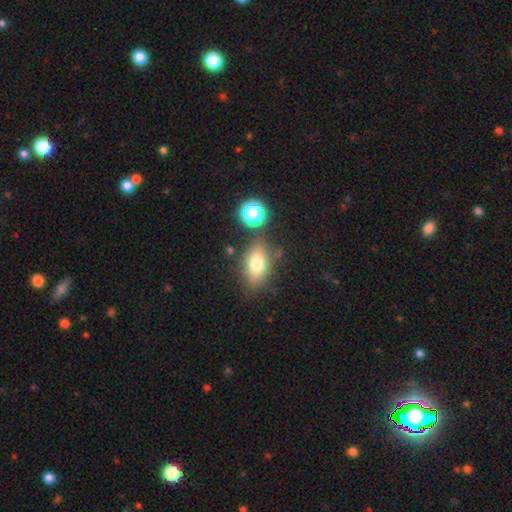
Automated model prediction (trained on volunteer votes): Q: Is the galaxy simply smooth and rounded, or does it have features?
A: smooth — 70%.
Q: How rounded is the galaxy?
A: in between — 81%.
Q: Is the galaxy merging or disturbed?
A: none — 76%.